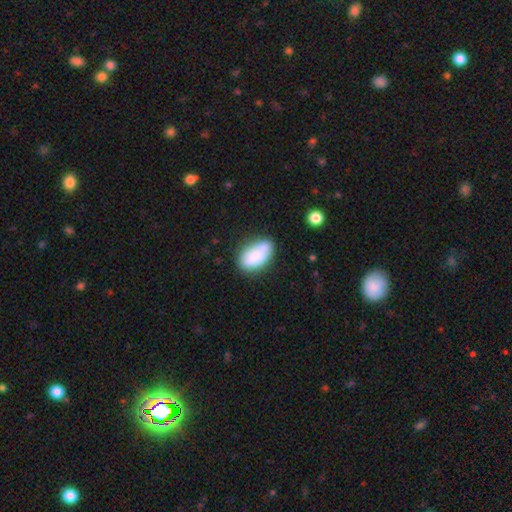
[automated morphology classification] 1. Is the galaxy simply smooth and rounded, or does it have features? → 82% smooth, 11% featured or disk, 7% star or artifact.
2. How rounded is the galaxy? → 93% in between, 5% round, 3% cigar-shaped.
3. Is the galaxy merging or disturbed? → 62% none, 23% minor disturbance, 8% merger, 6% major disturbance.